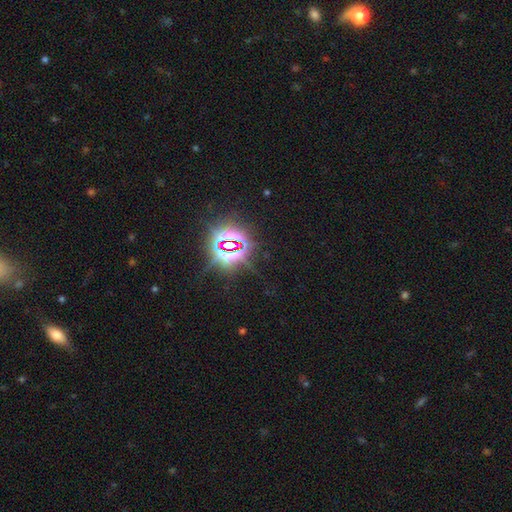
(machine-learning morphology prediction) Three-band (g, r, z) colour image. It shows a star or artifact, not a galaxy (81%).